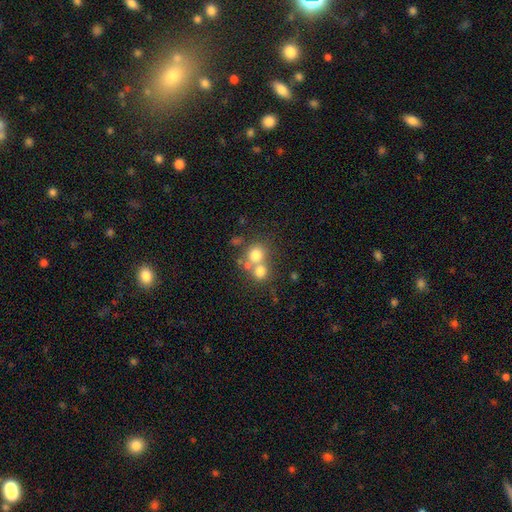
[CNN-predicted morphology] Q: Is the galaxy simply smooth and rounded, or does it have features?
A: smooth — 70%.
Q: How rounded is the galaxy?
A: round — 83%.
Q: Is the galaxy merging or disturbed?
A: merger — 51%.